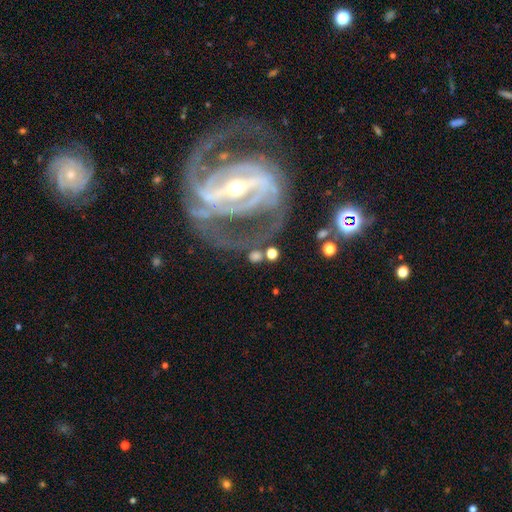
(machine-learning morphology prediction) Q: Smooth or featured?
A: featured or disk (47%); runner-up: smooth (41%)
Q: Merging?
A: none (66%); runner-up: minor disturbance (14%)